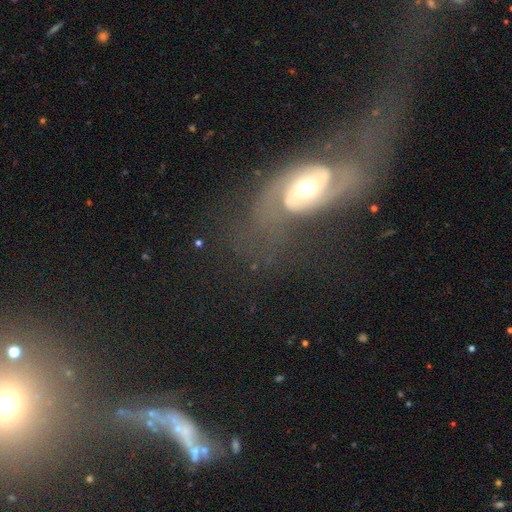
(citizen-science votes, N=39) Overall: featured or disk (87%). Edge-on disk: no (91%). Bar: no (55%; weak 32%). Spiral arms: yes (97%). Spiral arm count: 2 (83%). Spiral winding: medium (50%; tight 37%). Bulge size: moderate (81%). Merging: major disturbance (42%; none 33%).